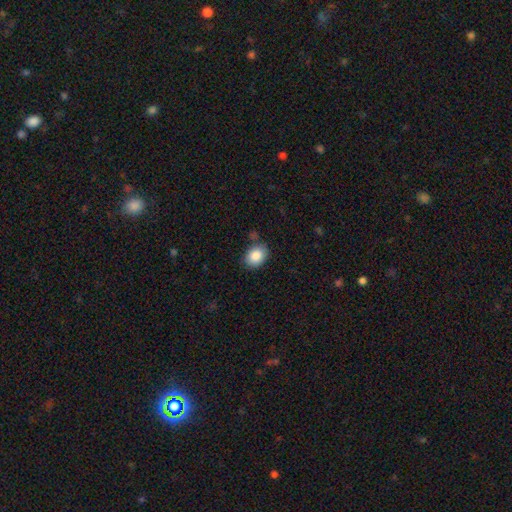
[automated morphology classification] smooth 87%, star or artifact 8%, featured or disk 6%. Down the decision tree: how rounded — in between (64%); merging — none (77%).